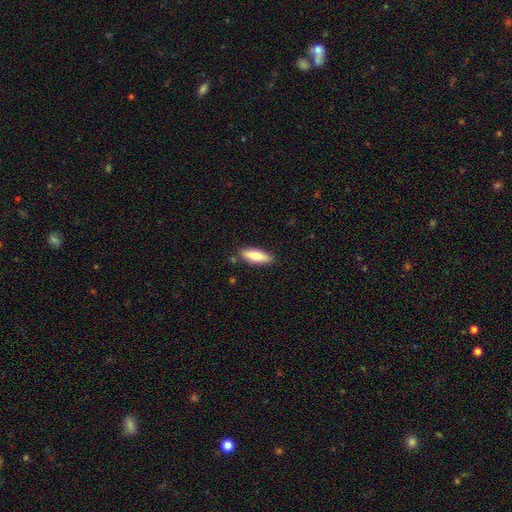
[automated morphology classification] type=smooth (77%); roundness=in between (54%); merging=none (84%).